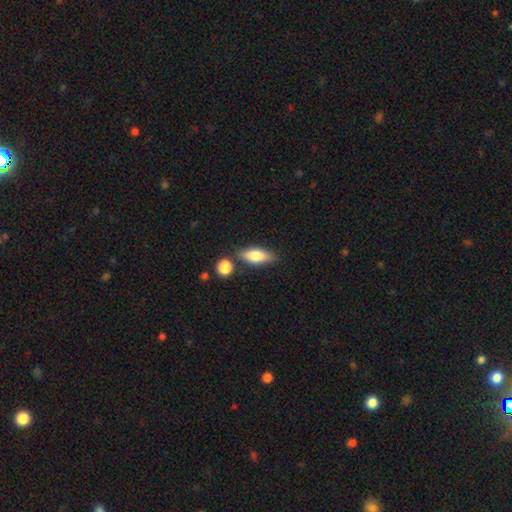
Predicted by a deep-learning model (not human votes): smooth_or_featured: smooth (p=0.69) [alt: featured or disk p=0.24]
how_rounded: in between (p=0.71) [alt: cigar-shaped p=0.25]
merging: none (p=0.73) [alt: minor disturbance p=0.14]